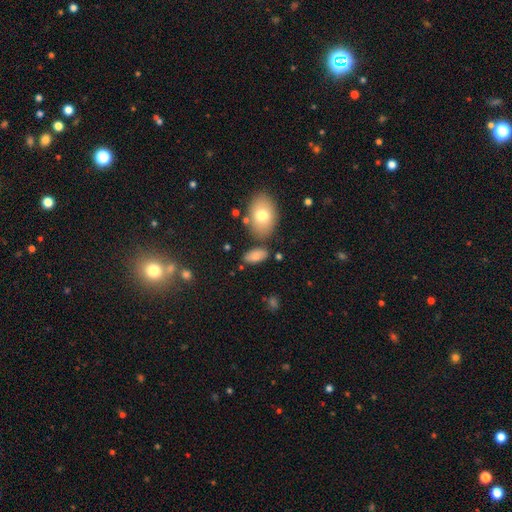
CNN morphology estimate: Smooth or featured: smooth — 79% (featured or disk — 12%)
How rounded: in between — 91% (round — 5%)
Merging: none — 73% (minor disturbance — 15%)